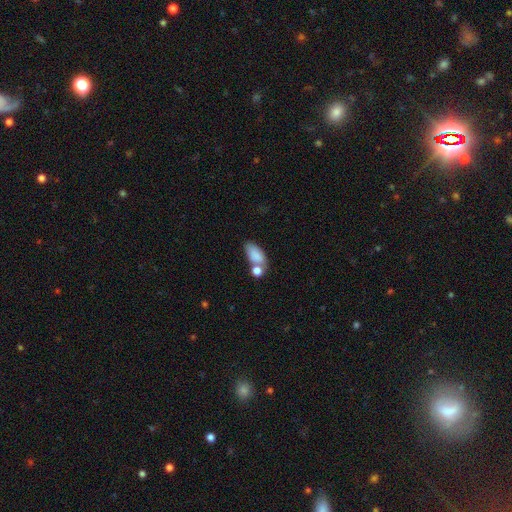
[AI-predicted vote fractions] Smooth or featured? smooth (83%)
How rounded? in between (90%)
Merging? none (45%)